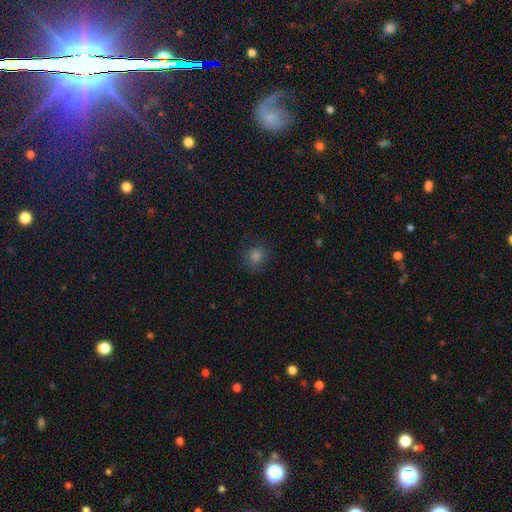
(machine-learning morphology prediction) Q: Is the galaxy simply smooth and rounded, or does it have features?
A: smooth — 70%.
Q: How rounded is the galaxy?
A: round — 79%.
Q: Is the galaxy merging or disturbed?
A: none — 83%.